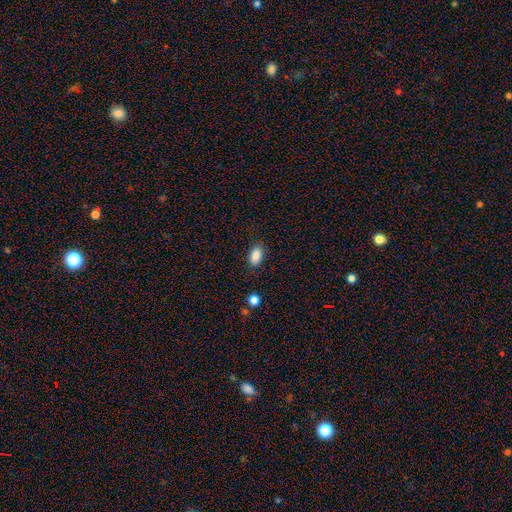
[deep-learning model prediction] This is clearly a smooth galaxy (88%). How rounded: clearly in between (91%). Merging: clearly none (86%).